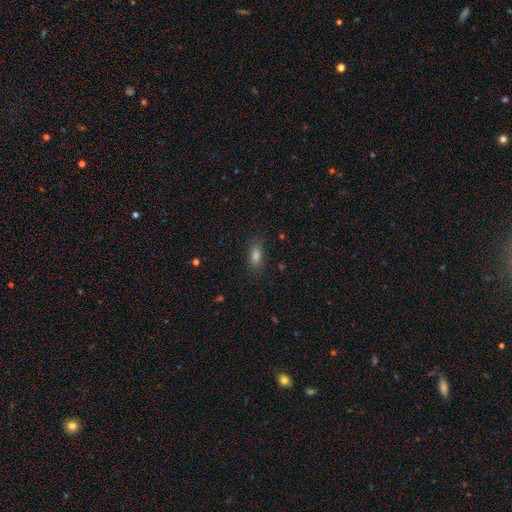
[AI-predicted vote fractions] This appears to be a smooth galaxy with no disk features (76%) that is in between round and cigar-shaped (76%). Merging: none (85%).